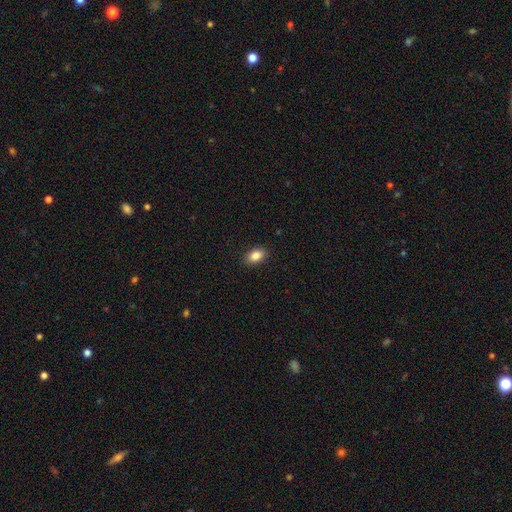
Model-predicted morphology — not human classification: Overall: smooth (87%). How rounded: in between (87%). Merging: none (89%).